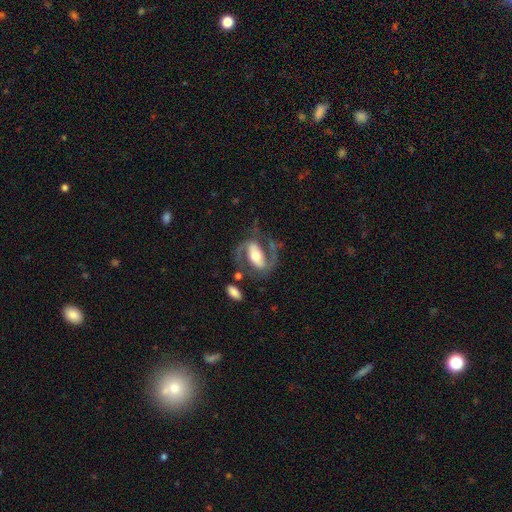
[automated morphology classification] This appears to be a featured or disk galaxy (85%) with a strong bar (57%), 2 (90%) medium (57%) spiral arms (94%) and a moderate central bulge (59%). Merging: none (63%).